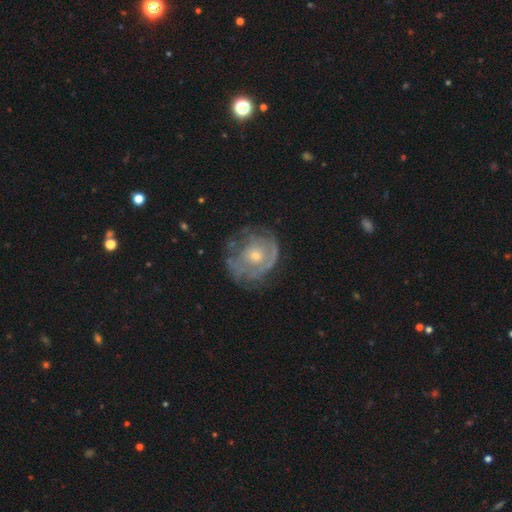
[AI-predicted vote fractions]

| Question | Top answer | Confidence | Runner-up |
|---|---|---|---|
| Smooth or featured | featured or disk | 69% | smooth (23%) |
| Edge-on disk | no | 97% | yes (3%) |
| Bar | no | 83% | weak (15%) |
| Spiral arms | yes | 62% | no (38%) |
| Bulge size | small | 51% | moderate (44%) |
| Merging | none | 60% | minor disturbance (22%) |